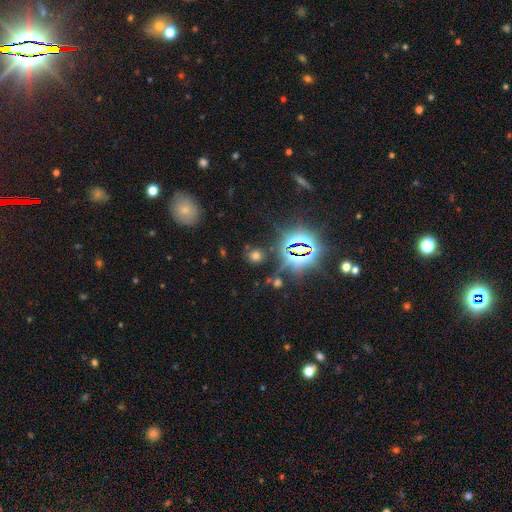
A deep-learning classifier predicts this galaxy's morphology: The model was most divided on "smooth or featured": smooth: 52%, star or artifact: 40%, featured or disk: 8%. More confident: merging — none (81%); how rounded — round (80%).